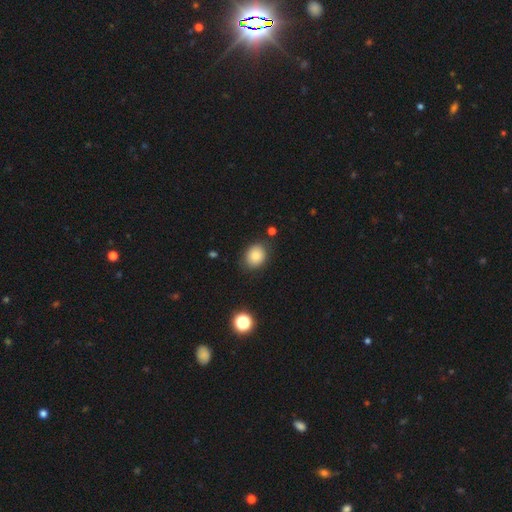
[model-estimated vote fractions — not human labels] smooth_or_featured: smooth (p=0.83) [alt: star or artifact p=0.10]
how_rounded: round (p=0.54) [alt: in between p=0.45]
merging: none (p=0.83) [alt: minor disturbance p=0.12]